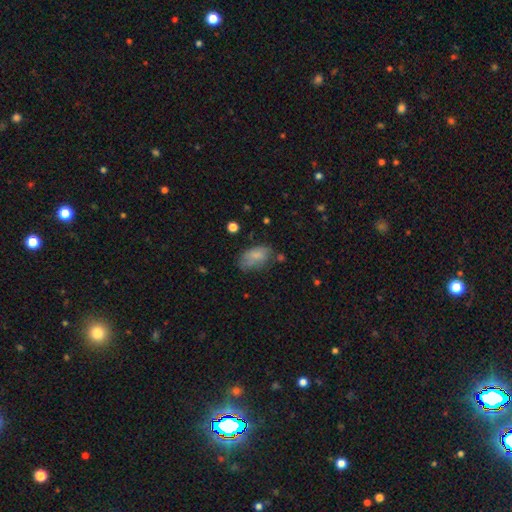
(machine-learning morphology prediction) Q: Smooth or featured?
A: smooth (74%); runner-up: featured or disk (17%)
Q: How rounded?
A: in between (91%); runner-up: round (6%)
Q: Merging?
A: none (51%); runner-up: minor disturbance (31%)